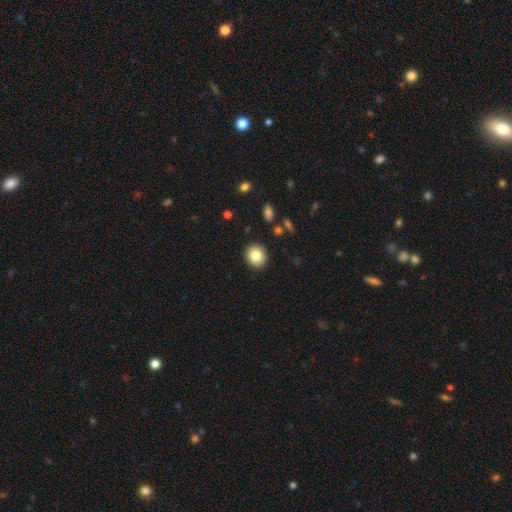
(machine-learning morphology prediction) Smooth or featured?
  - smooth: 82% *
  - star or artifact: 9%
  - featured or disk: 9%
How rounded?
  - round: 82% *
  - in between: 17%
  - cigar-shaped: 1%
Merging?
  - none: 91% *
  - minor disturbance: 6%
  - major disturbance: 2%
  - merger: 1%